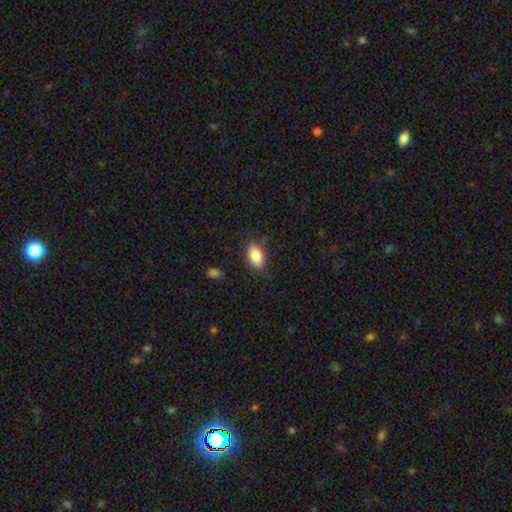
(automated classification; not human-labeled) smooth-or-featured: smooth: 86% | featured or disk: 7% | star or artifact: 7%
  how-rounded: in between: 92% | cigar-shaped: 5% | round: 4%
  merging: none: 83% | minor disturbance: 13% | major disturbance: 3% | merger: 1%